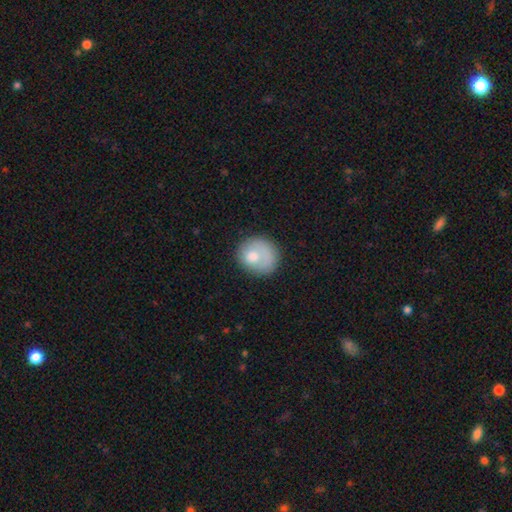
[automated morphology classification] Q: Smooth or featured?
A: smooth (71%); runner-up: featured or disk (23%)
Q: How rounded?
A: round (72%); runner-up: in between (27%)
Q: Merging?
A: none (58%); runner-up: minor disturbance (22%)